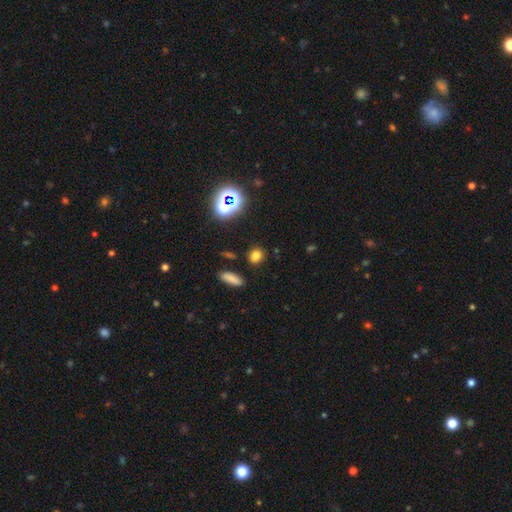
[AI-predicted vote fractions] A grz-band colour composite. It shows a smooth galaxy with no disk features (73%) that is round (58%). Merging: none (85%).